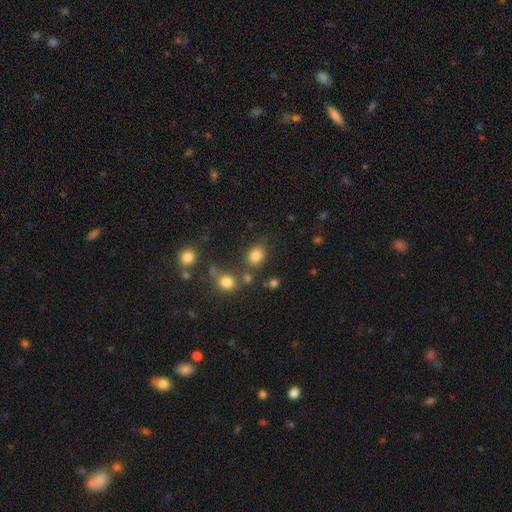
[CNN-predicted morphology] A smooth galaxy with no disk features (81%) that is round (57%).

Vote fractions:
- Smooth or featured? smooth: 81% / star or artifact: 13% / featured or disk: 6%
- How rounded? round: 57% / in between: 42% / cigar-shaped: 1%
- Merging? none: 71% / minor disturbance: 13% / merger: 11% / major disturbance: 5%